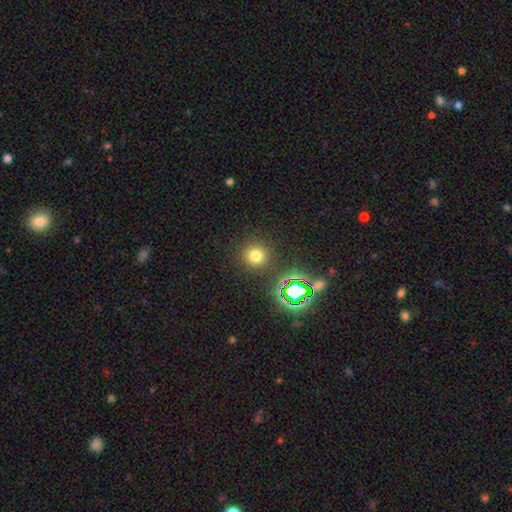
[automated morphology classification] A smooth galaxy with no disk features (71%) that is round (92%).

Vote fractions:
- Smooth or featured? smooth: 71% / star or artifact: 22% / featured or disk: 7%
- How rounded? round: 92% / in between: 7% / cigar-shaped: 1%
- Merging? none: 87% / minor disturbance: 7% / major disturbance: 3% / merger: 3%